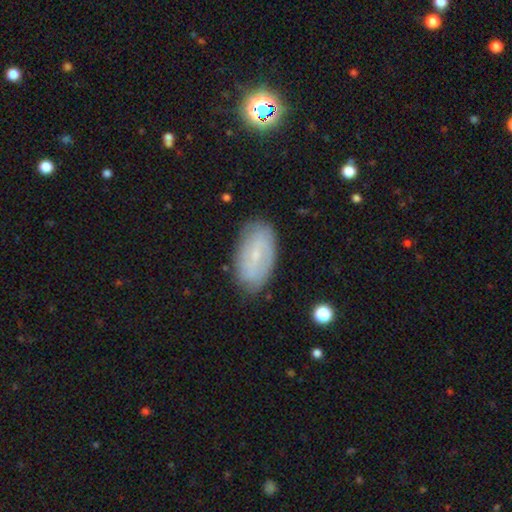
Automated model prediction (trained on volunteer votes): Smooth or featured? featured or disk (56%)
Edge-on disk? no (92%)
Bar? weak (46%)
Spiral arms? yes (70%)
Bulge size? small (78%)
Merging? none (78%)